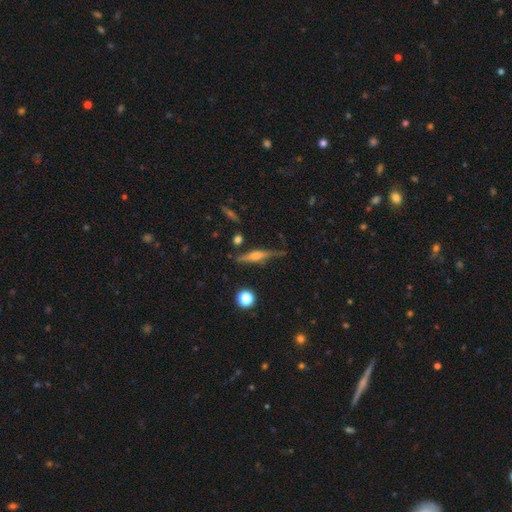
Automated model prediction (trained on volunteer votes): The model was most divided on "smooth or featured": featured or disk: 71%, smooth: 21%, star or artifact: 8%. More confident: edge-on disk — yes (97%); merging — none (80%); edge-on bulge — rounded (79%).